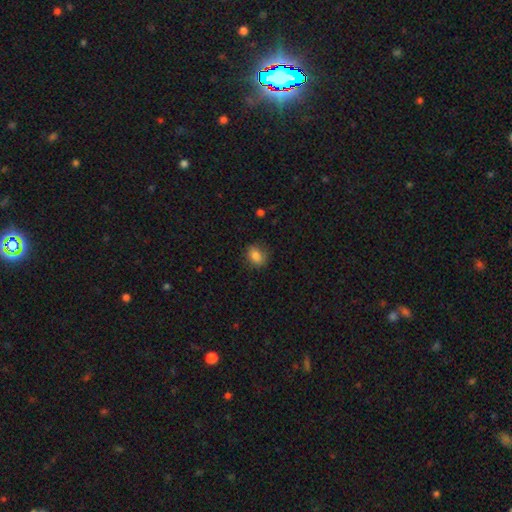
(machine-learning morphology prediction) Overall: smooth (83%). How rounded: in between (59%; round 40%). Merging: none (79%).